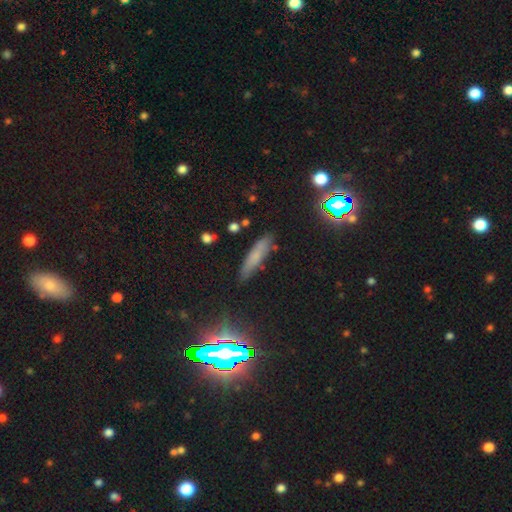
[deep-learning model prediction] This is likely a smooth galaxy (61%). How rounded: likely cigar-shaped (78%). Merging: clearly none (82%).